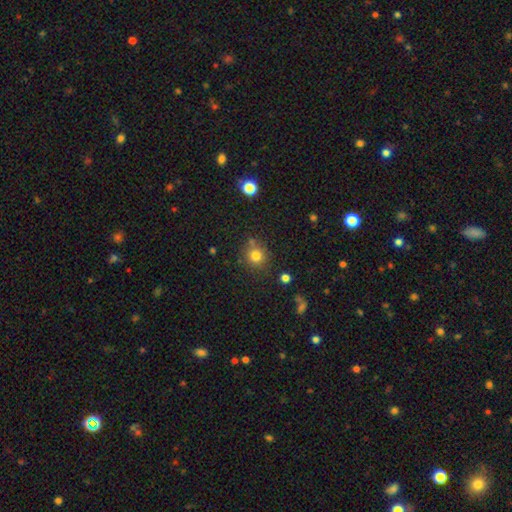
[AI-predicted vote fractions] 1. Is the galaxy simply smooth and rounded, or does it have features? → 79% smooth, 14% star or artifact, 7% featured or disk.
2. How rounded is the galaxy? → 89% round, 10% in between, 1% cigar-shaped.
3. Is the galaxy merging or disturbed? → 75% none, 12% minor disturbance, 8% merger, 4% major disturbance.